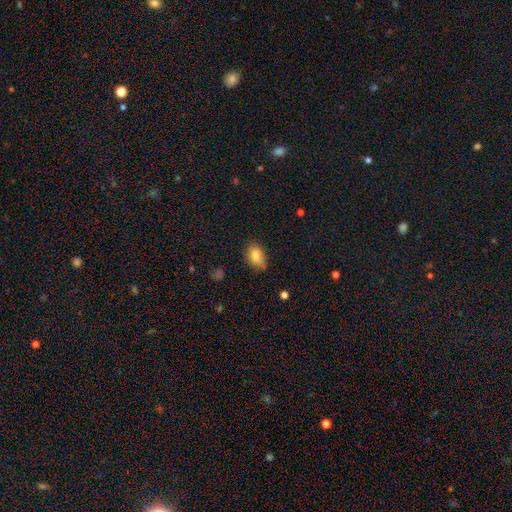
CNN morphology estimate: Smooth or featured: smooth — 80% (featured or disk — 11%)
How rounded: in between — 85% (round — 13%)
Merging: none — 76% (minor disturbance — 19%)